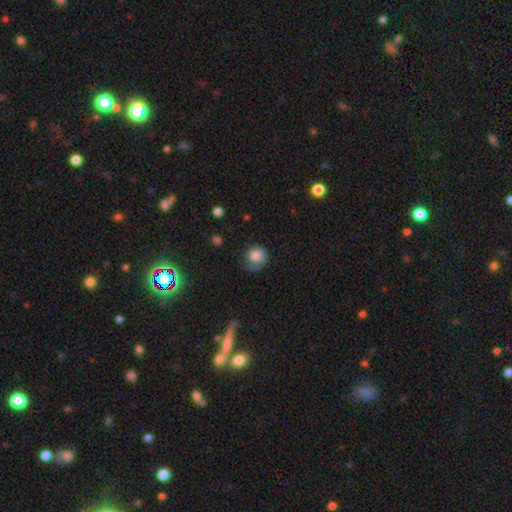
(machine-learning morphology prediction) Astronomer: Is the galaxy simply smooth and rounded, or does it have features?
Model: smooth — 71%.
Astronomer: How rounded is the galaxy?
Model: round — 82%.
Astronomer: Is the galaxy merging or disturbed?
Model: none — 51% (runner-up: minor disturbance, 27%).